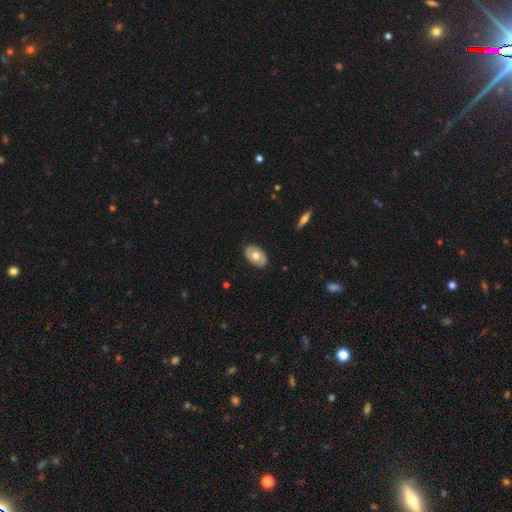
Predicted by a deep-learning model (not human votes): A smooth galaxy with no disk features (54%) that is in between round and cigar-shaped (86%).

Vote fractions:
- Smooth or featured? smooth: 54% / featured or disk: 40% / star or artifact: 6%
- How rounded? in between: 86% / round: 13% / cigar-shaped: 1%
- Merging? none: 85% / minor disturbance: 12% / major disturbance: 2% / merger: 1%